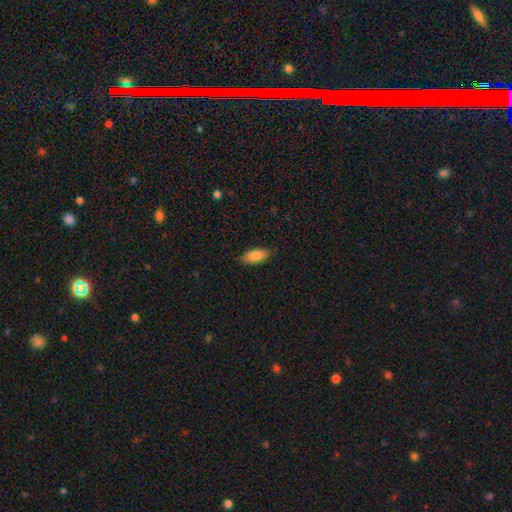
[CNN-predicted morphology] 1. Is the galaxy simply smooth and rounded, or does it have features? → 84% smooth, 9% featured or disk, 7% star or artifact.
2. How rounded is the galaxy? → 87% in between, 11% cigar-shaped, 2% round.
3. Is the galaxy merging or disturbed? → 81% none, 15% minor disturbance, 2% major disturbance, 1% merger.